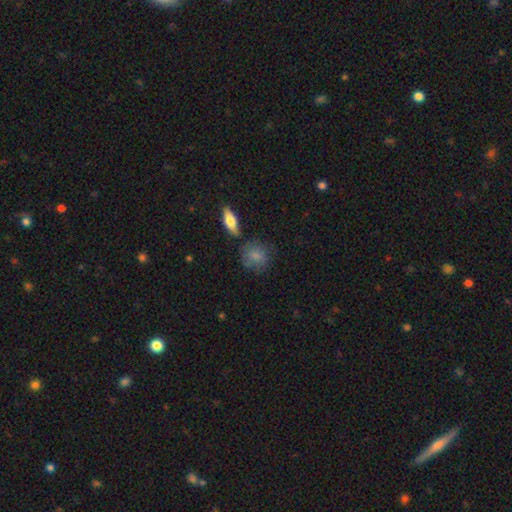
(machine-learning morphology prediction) A smooth galaxy with no disk features (77%) that is round (70%).

Vote fractions:
- Smooth or featured? smooth: 77% / featured or disk: 14% / star or artifact: 9%
- How rounded? round: 70% / in between: 28% / cigar-shaped: 3%
- Merging? none: 65% / minor disturbance: 22% / major disturbance: 7% / merger: 6%